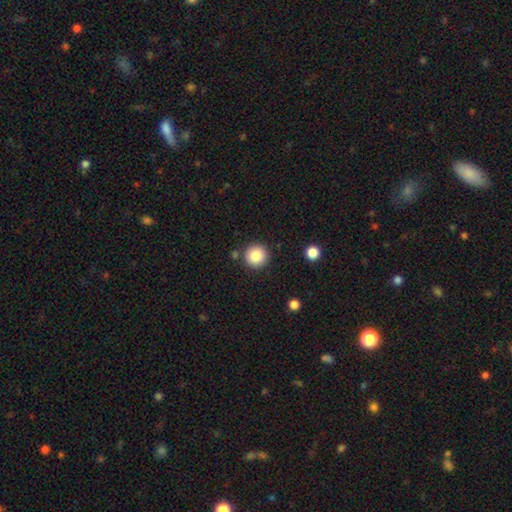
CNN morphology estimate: Smooth or featured? Predicted: smooth (p=0.84). How rounded? Predicted: round (p=0.95). Merging? Predicted: none (p=0.87).